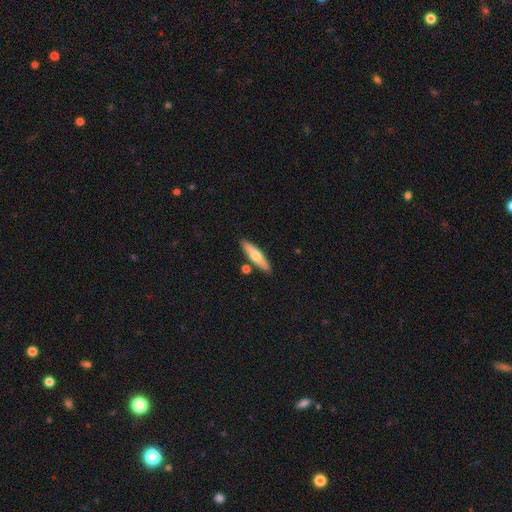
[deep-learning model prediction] Smooth or featured: smooth — 56% (featured or disk — 39%)
How rounded: cigar-shaped — 72% (in between — 26%)
Merging: none — 83% (minor disturbance — 9%)